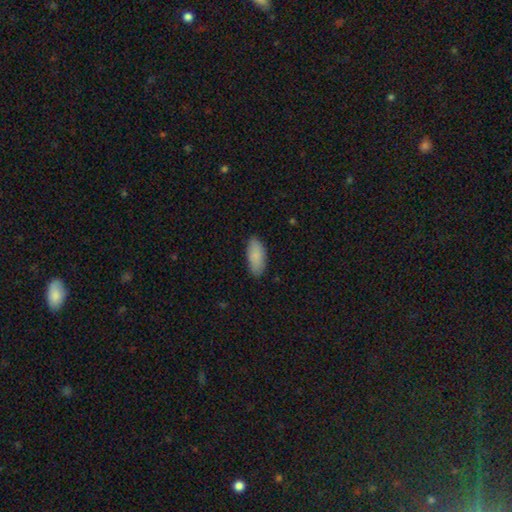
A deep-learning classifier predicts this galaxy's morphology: Overall: smooth (87%). How rounded: in between (88%). Merging: none (83%).